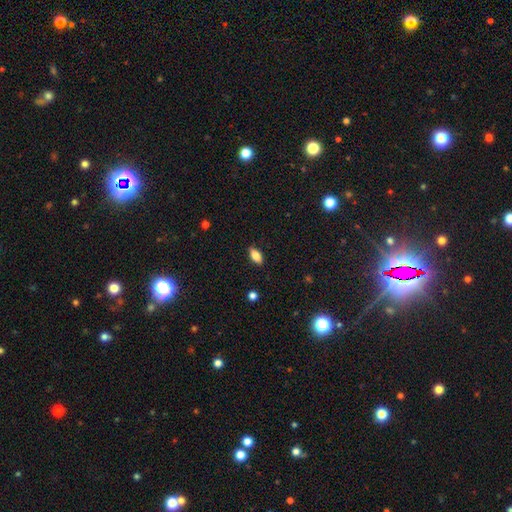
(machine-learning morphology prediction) smooth_or_featured: smooth (p=0.75) [alt: featured or disk p=0.17]
how_rounded: in between (p=0.84) [alt: cigar-shaped p=0.12]
merging: none (p=0.87) [alt: minor disturbance p=0.10]